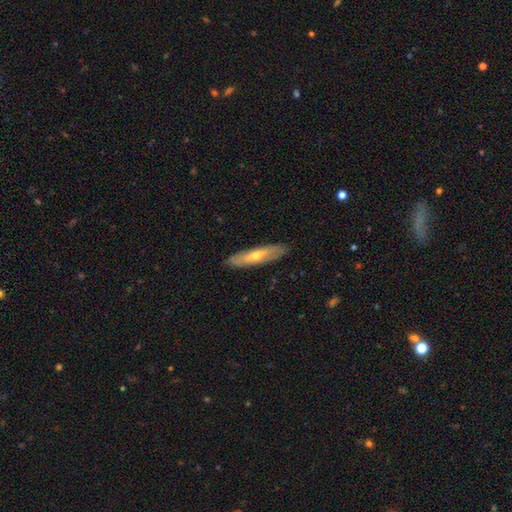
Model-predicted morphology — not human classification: A featured or disk galaxy (52%) viewed edge-on (63%).

Vote fractions:
- Smooth or featured? featured or disk: 52% / smooth: 42% / star or artifact: 6%
- Edge-on disk? yes: 63% / no: 37%
- Merging? none: 87% / minor disturbance: 10% / major disturbance: 2% / merger: 1%